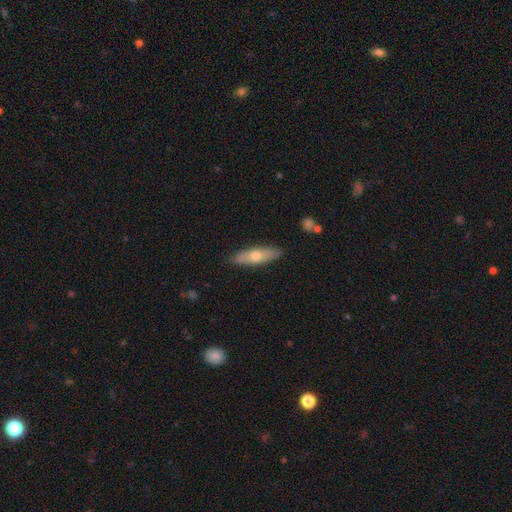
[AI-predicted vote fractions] Morphology: type=smooth (52%); roundness=cigar-shaped (58%); merging=none (88%).